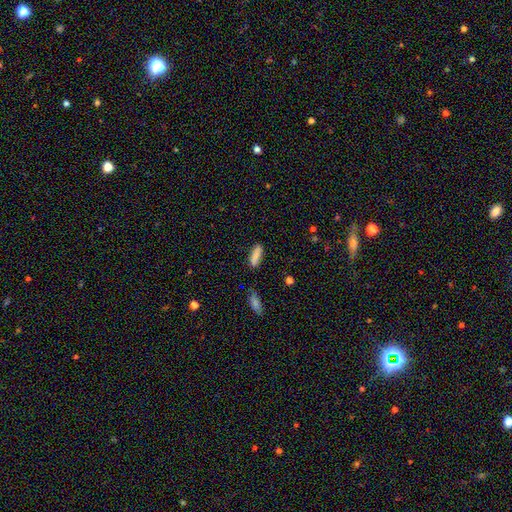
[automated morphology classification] This appears to be a smooth galaxy with no disk features (85%) that is cigar-shaped (58%). Merging: none (80%).